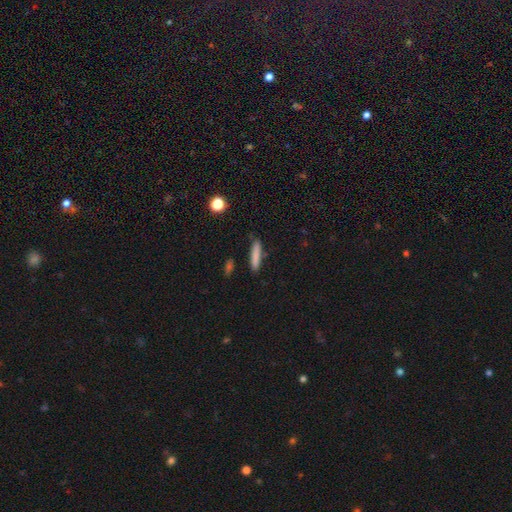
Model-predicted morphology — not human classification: A smooth galaxy with no disk features (82%) that is cigar-shaped (88%).

Vote fractions:
- Smooth or featured? smooth: 82% / featured or disk: 10% / star or artifact: 8%
- How rounded? cigar-shaped: 88% / in between: 10% / round: 2%
- Merging? none: 84% / minor disturbance: 11% / merger: 3% / major disturbance: 2%